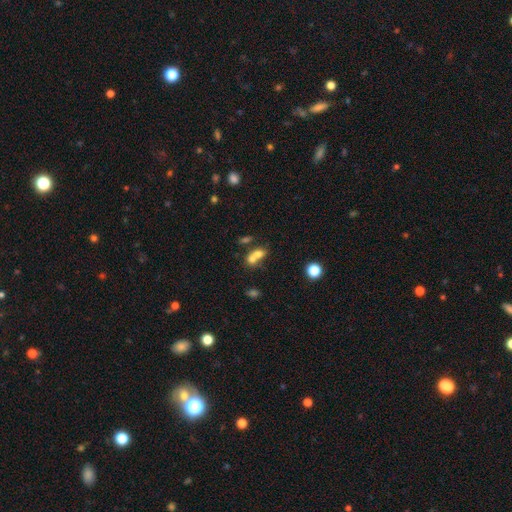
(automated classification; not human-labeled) smooth-or-featured: smooth: 68% | featured or disk: 18% | star or artifact: 13%
  how-rounded: in between: 56% | round: 42% | cigar-shaped: 3%
  merging: merger: 67% | none: 22% | minor disturbance: 6% | major disturbance: 4%